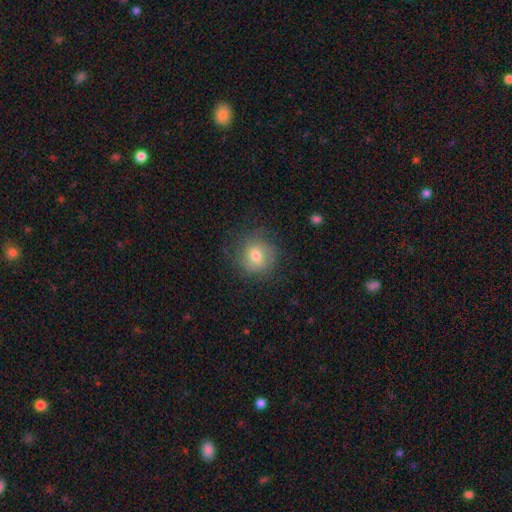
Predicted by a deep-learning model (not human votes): The model was most divided on "smooth or featured": smooth: 67%, featured or disk: 22%, star or artifact: 12%. More confident: how rounded — round (89%); merging — none (76%).